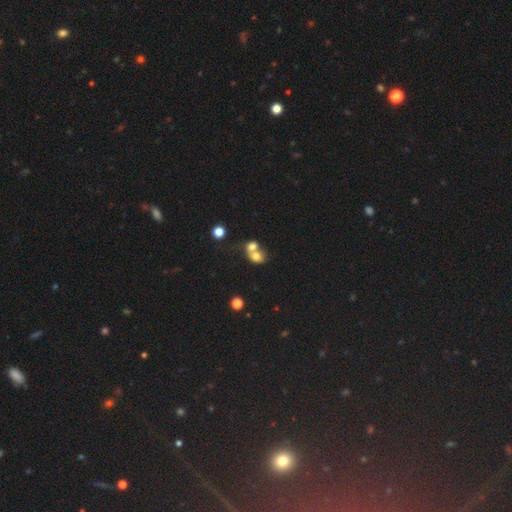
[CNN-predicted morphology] Smooth or featured? smooth (71%)
How rounded? round (53%)
Merging? merger (71%)